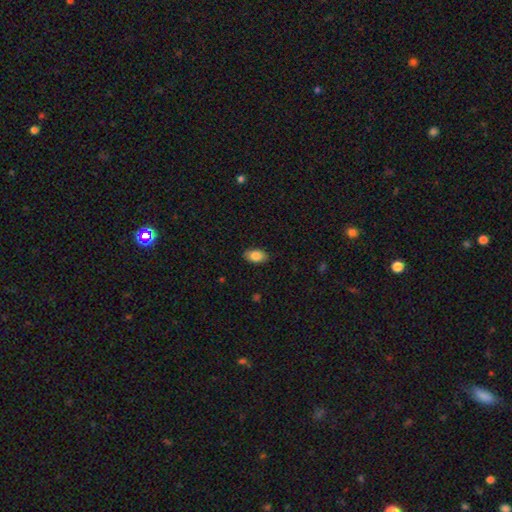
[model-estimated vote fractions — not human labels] A smooth galaxy with no disk features (85%) that is in between round and cigar-shaped (92%). Merging: none (87%).